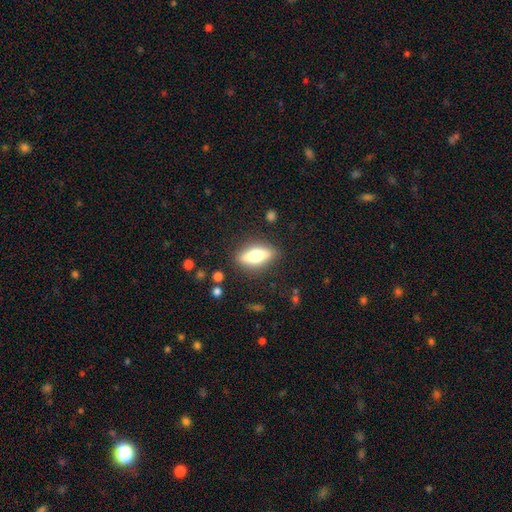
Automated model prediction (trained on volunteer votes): A smooth galaxy with no disk features (54%) that is in between round and cigar-shaped (63%). Merging: none (85%).